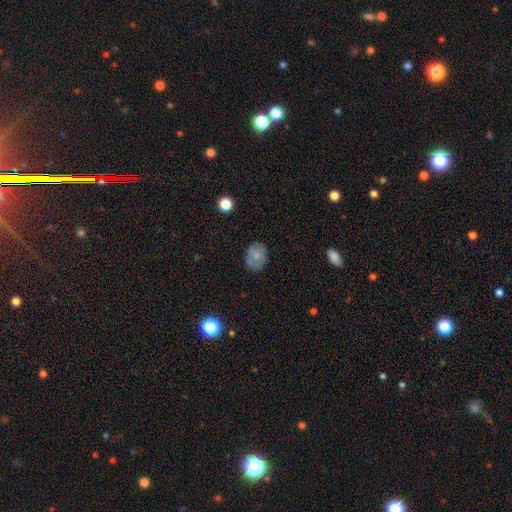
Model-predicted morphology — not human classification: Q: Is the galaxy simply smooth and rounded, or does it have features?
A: smooth — 73%.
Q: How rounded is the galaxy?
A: in between — 56%.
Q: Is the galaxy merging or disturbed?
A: none — 79%.